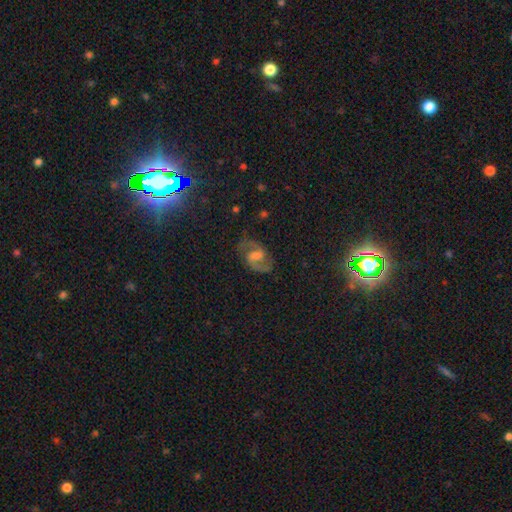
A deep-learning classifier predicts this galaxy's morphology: smooth_or_featured: featured or disk (p=0.80) [alt: star or artifact p=0.11]
disk_edge_on: no (p=0.97) [alt: yes p=0.03]
bar: weak (p=0.54) [alt: no p=0.23]
has_spiral_arms: yes (p=0.95) [alt: no p=0.05]
spiral_winding: medium (p=0.59) [alt: loose p=0.27]
spiral_arm_count: 2 (p=0.92) [alt: can't tell p=0.03]
bulge_size: moderate (p=0.38) [alt: small p=0.25]
merging: none (p=0.77) [alt: minor disturbance p=0.15]